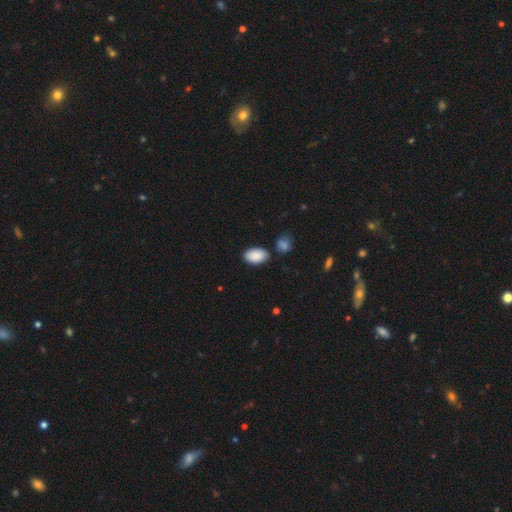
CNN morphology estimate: smooth-or-featured: smooth: 89% | star or artifact: 6% | featured or disk: 4%
  how-rounded: in between: 94% | round: 4% | cigar-shaped: 1%
  merging: none: 80% | minor disturbance: 12% | merger: 5% | major disturbance: 3%